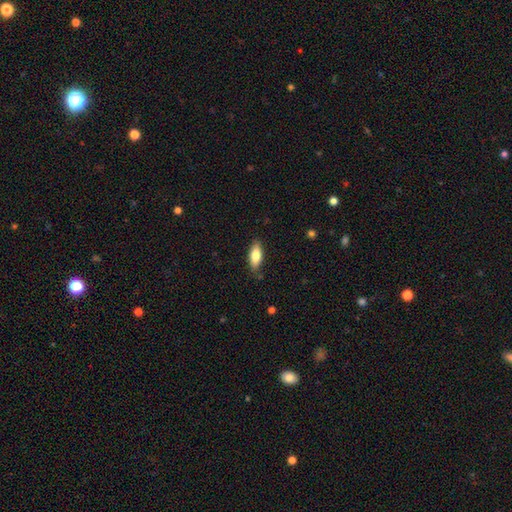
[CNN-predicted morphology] The model was most divided on "how rounded": in between: 78%, cigar-shaped: 20%, round: 2%. More confident: merging — none (84%); smooth or featured — smooth (80%).